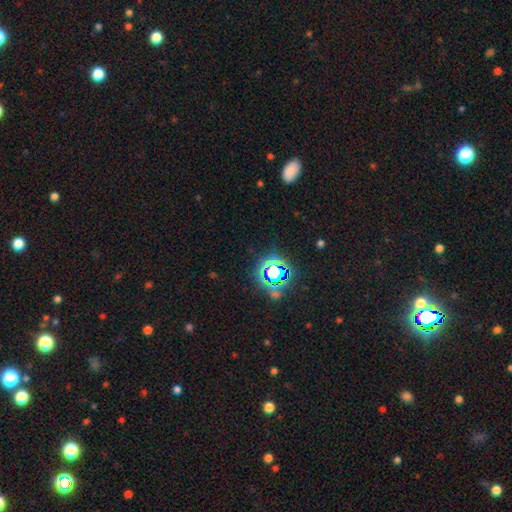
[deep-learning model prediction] star or artifact 78%, smooth 14%, featured or disk 7%.